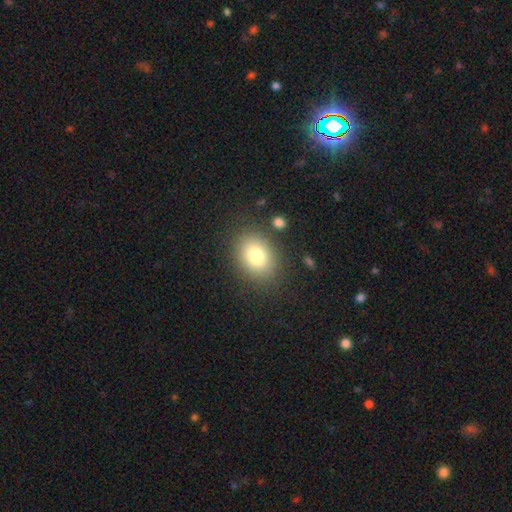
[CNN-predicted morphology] type=smooth (79%); roundness=in between (56%); merging=none (83%).